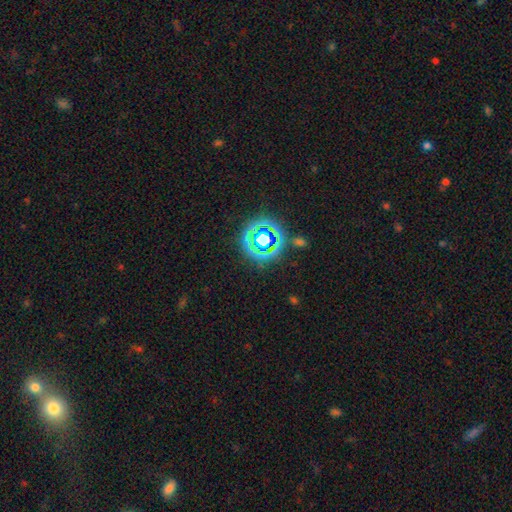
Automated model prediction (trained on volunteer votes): Smooth or featured?
  - star or artifact: 73% *
  - smooth: 21%
  - featured or disk: 6%